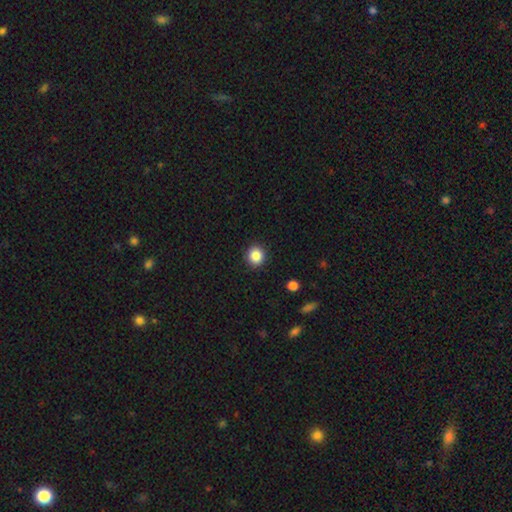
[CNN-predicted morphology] smooth-or-featured: smooth: 87% | star or artifact: 10% | featured or disk: 4%
  how-rounded: round: 90% | in between: 9% | cigar-shaped: 1%
  merging: none: 92% | minor disturbance: 6% | major disturbance: 2% | merger: 1%